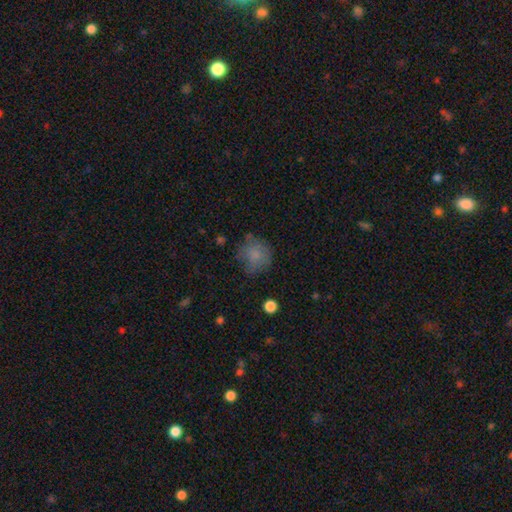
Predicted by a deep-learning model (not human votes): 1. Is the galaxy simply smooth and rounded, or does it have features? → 77% smooth, 13% featured or disk, 10% star or artifact.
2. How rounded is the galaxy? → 85% round, 14% in between, 1% cigar-shaped.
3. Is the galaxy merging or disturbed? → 60% none, 25% minor disturbance, 12% major disturbance, 3% merger.